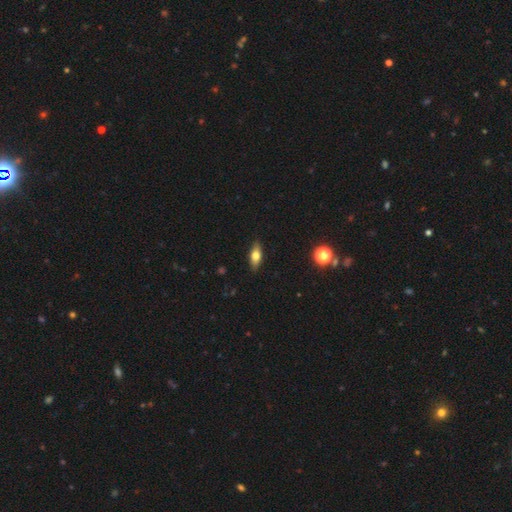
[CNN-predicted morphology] smooth-or-featured: smooth: 67% | featured or disk: 25% | star or artifact: 8%
  how-rounded: in between: 74% | cigar-shaped: 22% | round: 4%
  merging: none: 88% | minor disturbance: 9% | major disturbance: 2% | merger: 1%